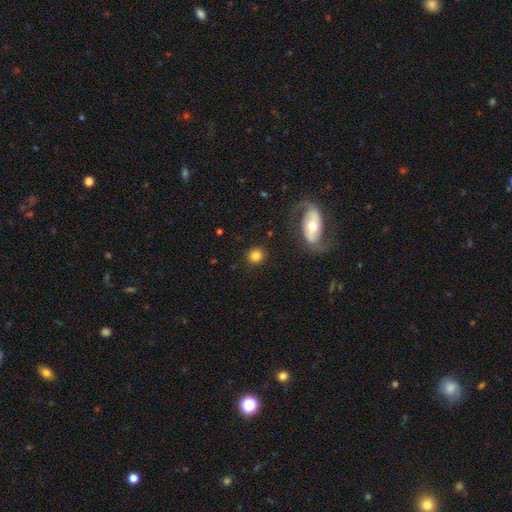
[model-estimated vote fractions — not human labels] This appears to be a smooth galaxy with no disk features (81%) that is round (84%). Merging: none (86%).